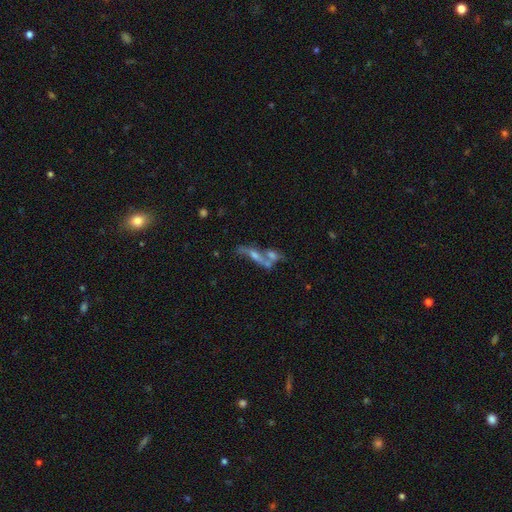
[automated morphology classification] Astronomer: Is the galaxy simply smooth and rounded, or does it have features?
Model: featured or disk — 55%.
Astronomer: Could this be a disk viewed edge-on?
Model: no — 67%.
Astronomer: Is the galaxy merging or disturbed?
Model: merger — 47% (runner-up: none, 30%).